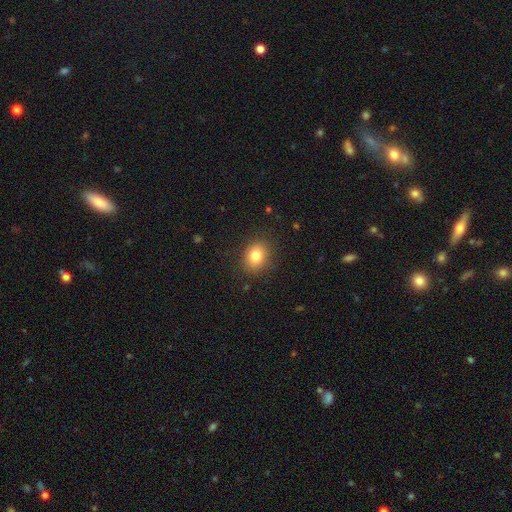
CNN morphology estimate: Q: Smooth or featured?
A: smooth (82%); runner-up: star or artifact (10%)
Q: How rounded?
A: round (55%); runner-up: in between (44%)
Q: Merging?
A: none (86%); runner-up: minor disturbance (9%)